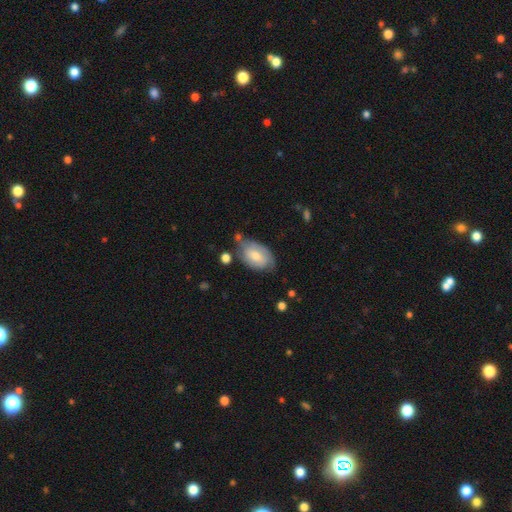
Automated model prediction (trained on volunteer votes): A smooth galaxy with no disk features (54%) that is in between round and cigar-shaped (89%).

Vote fractions:
- Smooth or featured? smooth: 54% / featured or disk: 40% / star or artifact: 6%
- How rounded? in between: 89% / round: 9% / cigar-shaped: 2%
- Merging? none: 53% / minor disturbance: 32% / major disturbance: 9% / merger: 6%